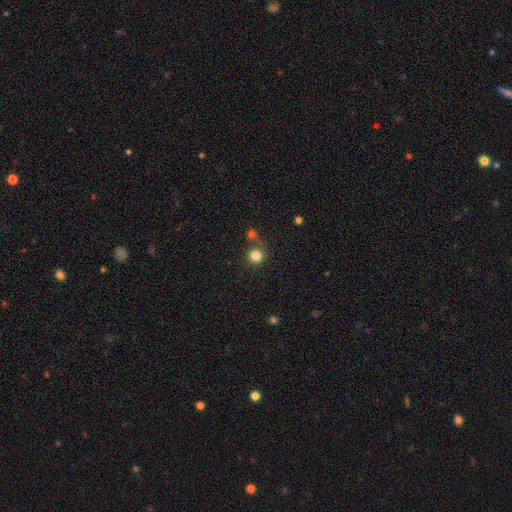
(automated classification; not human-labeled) Q: Smooth or featured?
A: smooth (81%); runner-up: star or artifact (12%)
Q: How rounded?
A: round (89%); runner-up: in between (10%)
Q: Merging?
A: none (61%); runner-up: merger (21%)